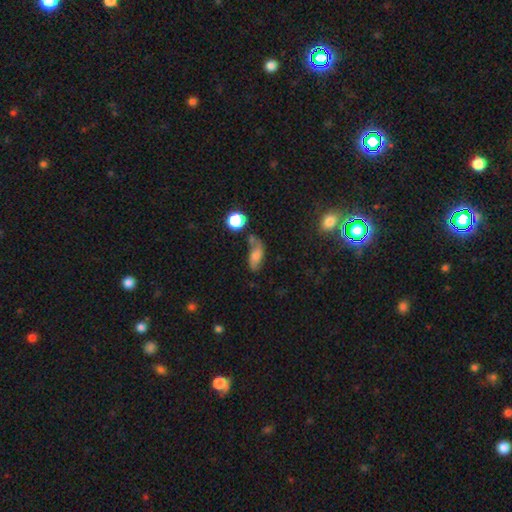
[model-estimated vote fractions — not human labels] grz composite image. It shows a smooth galaxy with no disk features (61%) that is in between round and cigar-shaped (79%). Merging: none (50%).